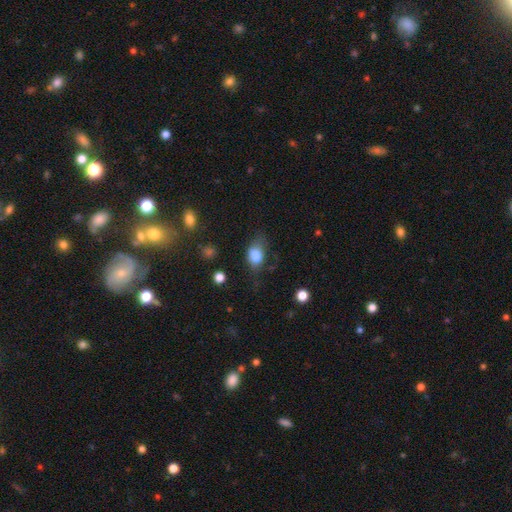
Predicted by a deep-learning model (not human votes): Overall: smooth (79%). How rounded: in between (76%). Merging: none (44%; minor disturbance 32%).